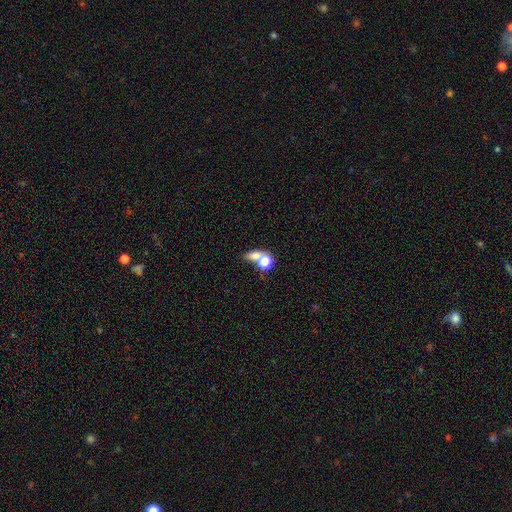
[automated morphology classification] Overall: smooth (70%). How rounded: in between (51%; round 44%). Merging: merger (51%; none 33%).